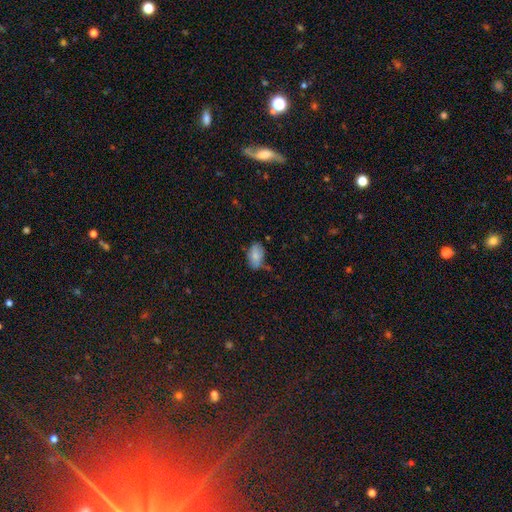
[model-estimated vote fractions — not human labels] The model was most divided on "merging": none: 62%, minor disturbance: 27%, merger: 6%, major disturbance: 5%. More confident: how rounded — in between (92%); smooth or featured — smooth (80%).